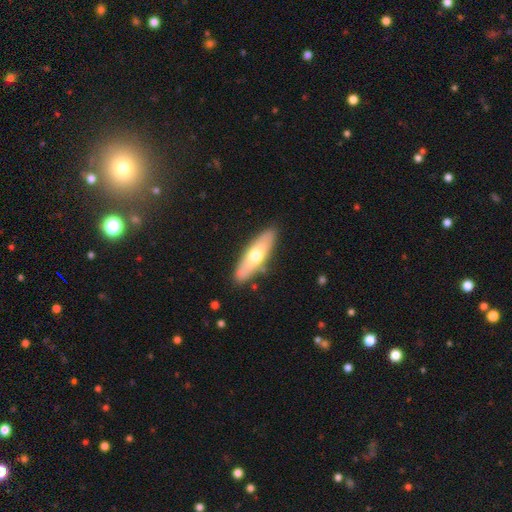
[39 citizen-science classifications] This appears to be a smooth galaxy with no disk features (56%) that is cigar-shaped (55%). Merging: none (68%).